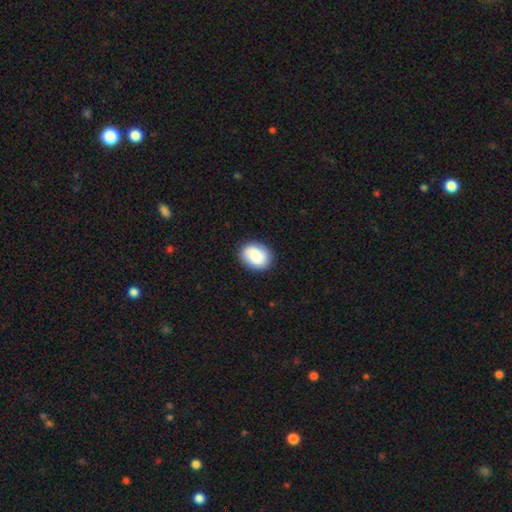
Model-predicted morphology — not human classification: Smooth or featured? smooth (82%)
How rounded? in between (62%)
Merging? none (86%)